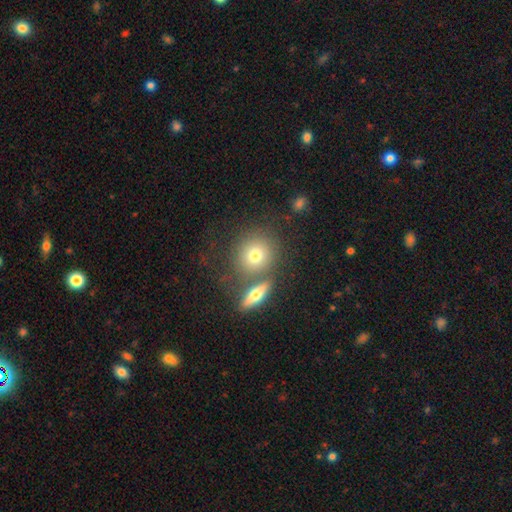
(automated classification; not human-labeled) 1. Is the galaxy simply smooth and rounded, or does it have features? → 71% smooth, 19% featured or disk, 10% star or artifact.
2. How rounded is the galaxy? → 81% round, 17% in between, 2% cigar-shaped.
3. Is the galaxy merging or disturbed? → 63% none, 23% merger, 10% minor disturbance, 4% major disturbance.